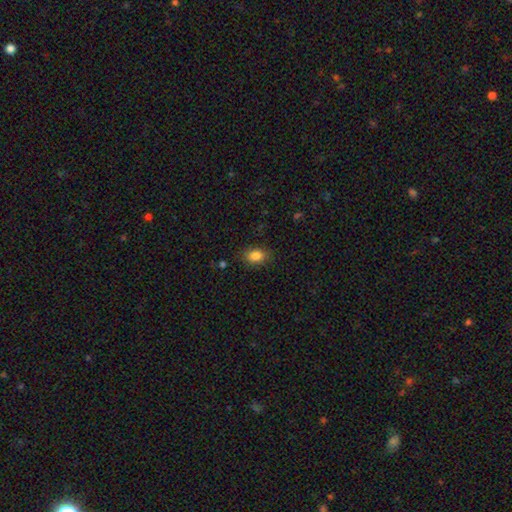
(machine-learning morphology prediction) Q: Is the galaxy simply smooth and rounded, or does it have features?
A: smooth — 85%.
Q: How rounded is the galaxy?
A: in between — 78%.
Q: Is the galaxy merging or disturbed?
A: none — 84%.